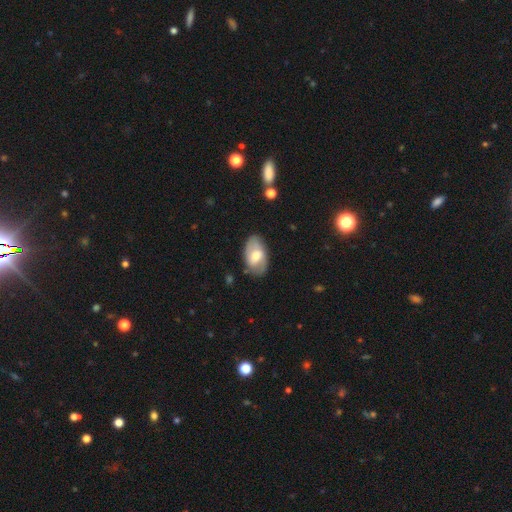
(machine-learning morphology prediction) The model was most divided on "smooth or featured" (2-way tie): smooth: 47%, featured or disk: 47%, star or artifact: 6%. More confident: merging — none (75%).